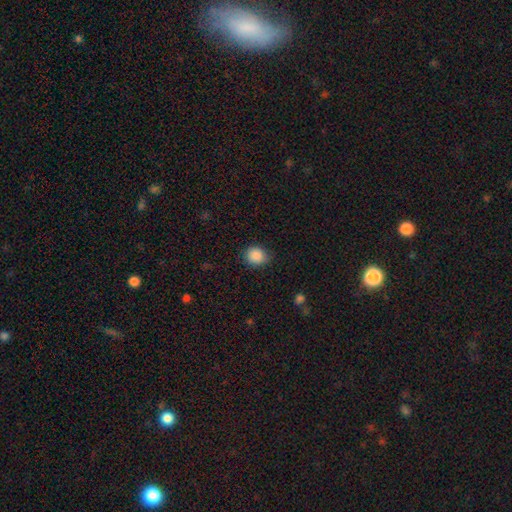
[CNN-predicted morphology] Smooth or featured: smooth — 88% (star or artifact — 9%)
How rounded: round — 74% (in between — 25%)
Merging: none — 81% (minor disturbance — 14%)